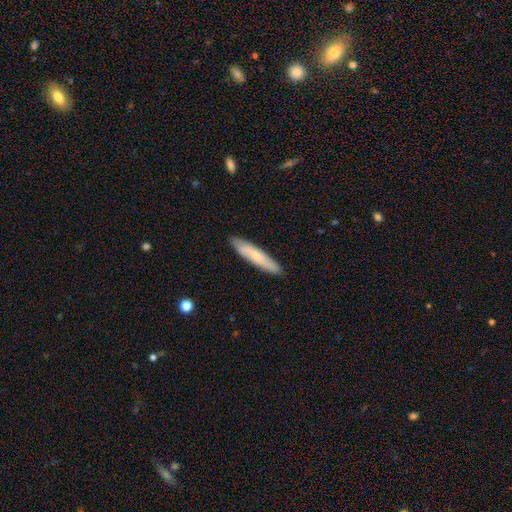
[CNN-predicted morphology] This is likely a smooth galaxy (65%). How rounded: clearly cigar-shaped (87%). Merging: clearly none (88%).